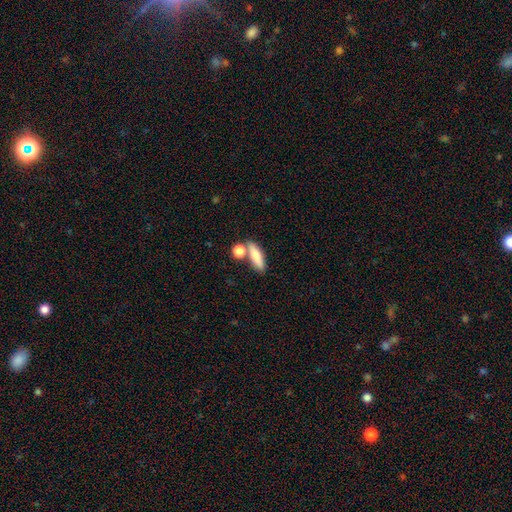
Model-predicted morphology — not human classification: smooth-or-featured: smooth: 77% | featured or disk: 16% | star or artifact: 7%
  how-rounded: in between: 47% | cigar-shaped: 44% | round: 9%
  merging: none: 61% | merger: 24% | minor disturbance: 11% | major disturbance: 4%